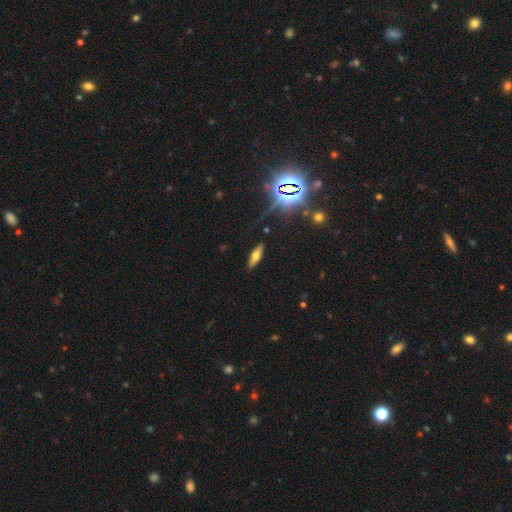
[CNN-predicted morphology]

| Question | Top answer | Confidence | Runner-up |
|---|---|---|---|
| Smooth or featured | smooth | 50% | featured or disk (35%) |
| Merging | none | 87% | minor disturbance (9%) |